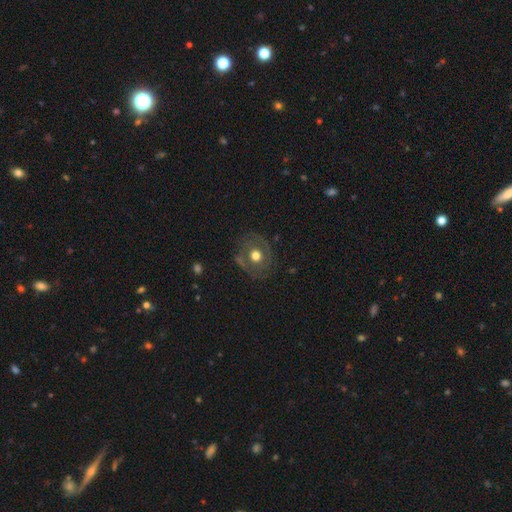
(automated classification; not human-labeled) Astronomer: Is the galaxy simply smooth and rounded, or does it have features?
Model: featured or disk — 46% (runner-up: smooth, 44%).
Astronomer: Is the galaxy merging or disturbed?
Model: none — 76%.